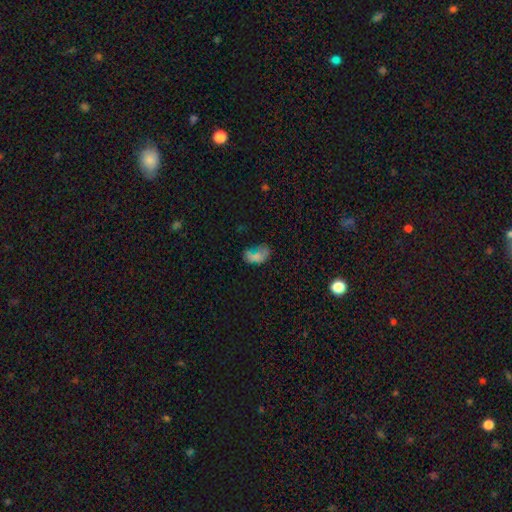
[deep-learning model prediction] Morphology: type=smooth (58%); roundness=in between (88%); merging=none (37%).